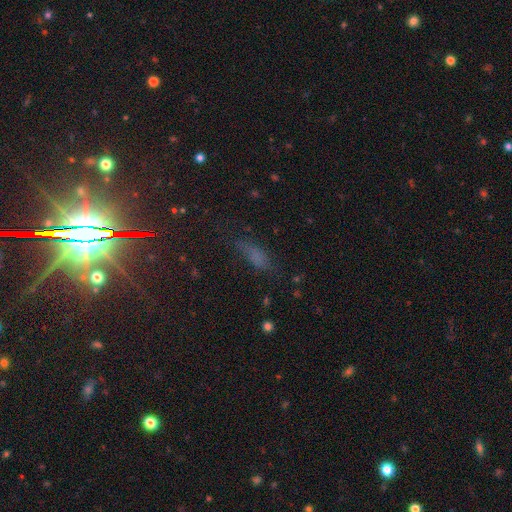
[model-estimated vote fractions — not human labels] Smooth or featured?
  - smooth: 58% *
  - star or artifact: 26%
  - featured or disk: 16%
How rounded?
  - in between: 57% *
  - cigar-shaped: 38%
  - round: 5%
Merging?
  - none: 56% *
  - minor disturbance: 26%
  - major disturbance: 15%
  - merger: 3%